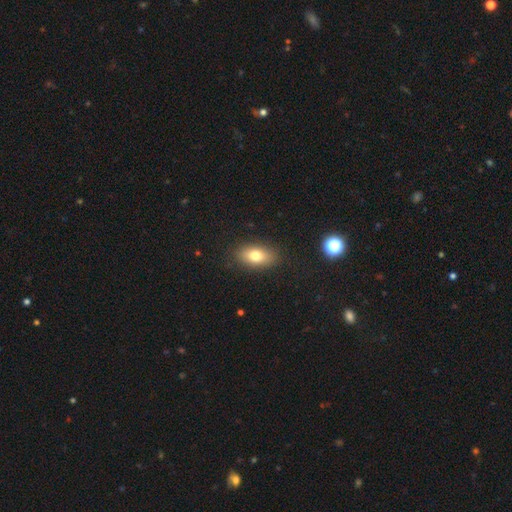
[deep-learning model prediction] Smooth or featured?
  - smooth: 76% *
  - featured or disk: 15%
  - star or artifact: 10%
How rounded?
  - in between: 87% *
  - round: 8%
  - cigar-shaped: 5%
Merging?
  - none: 87% *
  - minor disturbance: 9%
  - major disturbance: 3%
  - merger: 1%